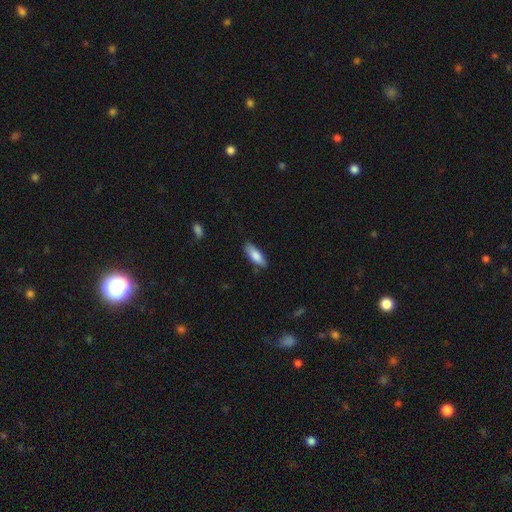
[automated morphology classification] Q: Smooth or featured?
A: smooth (82%); runner-up: featured or disk (12%)
Q: How rounded?
A: in between (62%); runner-up: cigar-shaped (36%)
Q: Merging?
A: none (79%); runner-up: minor disturbance (16%)